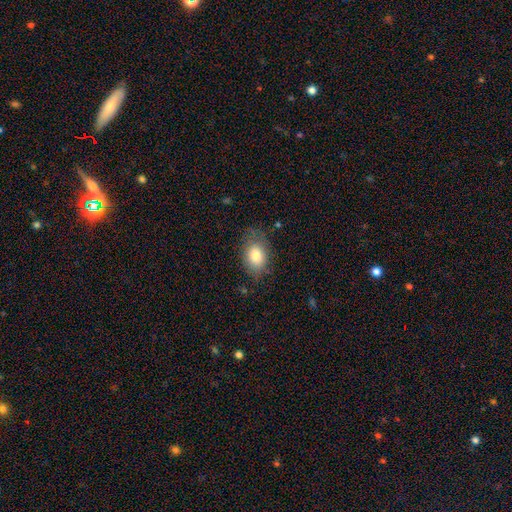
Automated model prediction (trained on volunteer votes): Smooth or featured? smooth (80%)
How rounded? in between (81%)
Merging? none (71%)